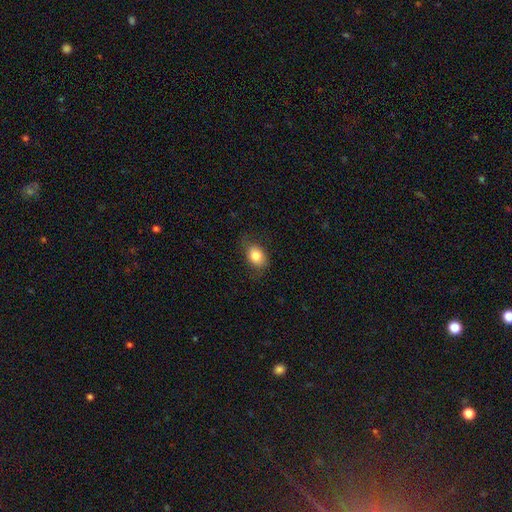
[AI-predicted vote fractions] smooth_or_featured: smooth (p=0.82) [alt: featured or disk p=0.10]
how_rounded: in between (p=0.73) [alt: round p=0.26]
merging: none (p=0.74) [alt: minor disturbance p=0.19]